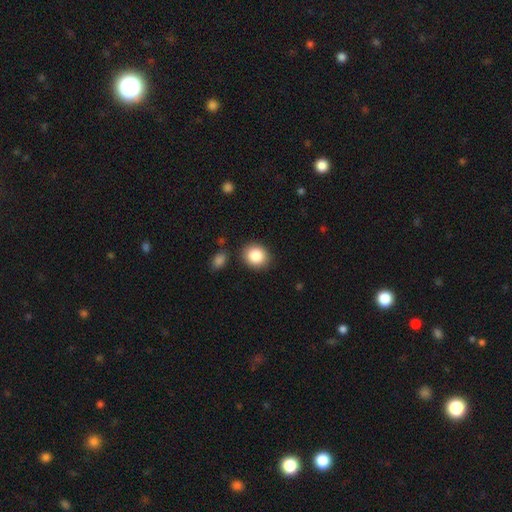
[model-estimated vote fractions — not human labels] Smooth or featured?
  - smooth: 86% *
  - star or artifact: 8%
  - featured or disk: 5%
How rounded?
  - round: 68% *
  - in between: 31%
  - cigar-shaped: 1%
Merging?
  - none: 85% *
  - minor disturbance: 8%
  - merger: 4%
  - major disturbance: 3%